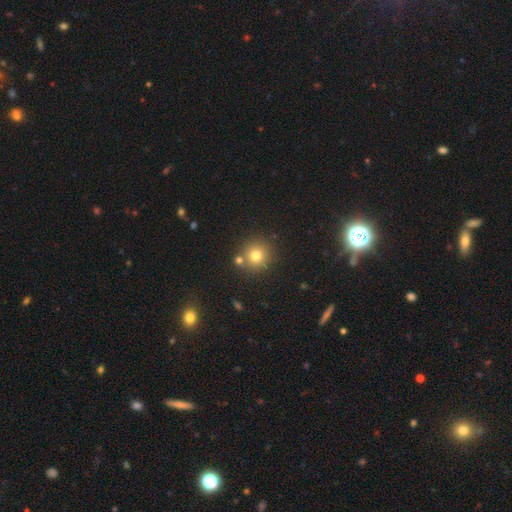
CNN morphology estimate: Q: Smooth or featured?
A: smooth (77%); runner-up: star or artifact (14%)
Q: How rounded?
A: round (92%); runner-up: in between (7%)
Q: Merging?
A: none (77%); runner-up: merger (13%)